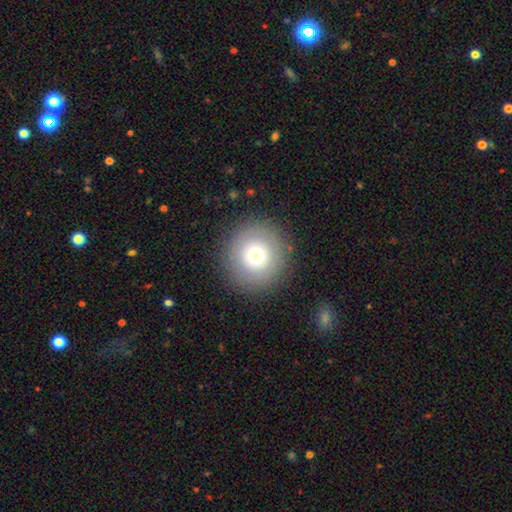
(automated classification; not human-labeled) This appears to be a smooth galaxy with no disk features (72%) that is round (95%). Merging: none (90%).